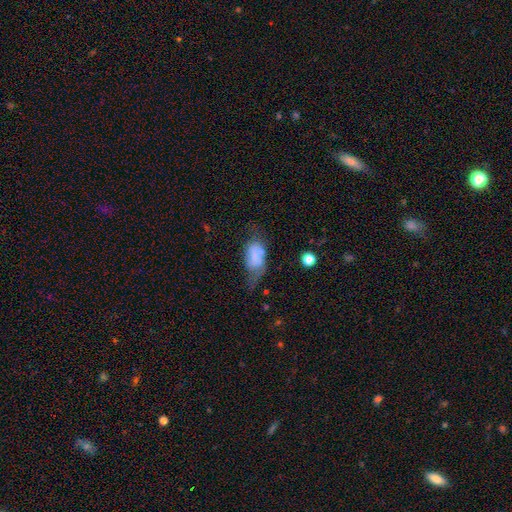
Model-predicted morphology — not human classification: The model was most divided on "merging": major disturbance: 34%, minor disturbance: 30%, none: 25%, merger: 10%. More confident: how rounded — in between (90%); smooth or featured — smooth (59%).